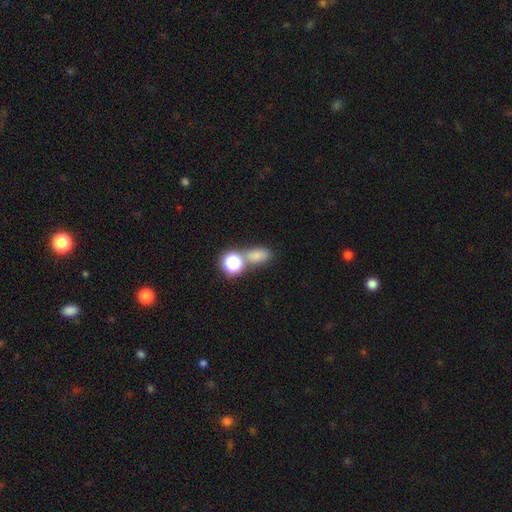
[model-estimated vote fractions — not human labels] smooth 71%, star or artifact 20%, featured or disk 8%. Down the decision tree: how rounded — in between (70%); merging — none (57%).